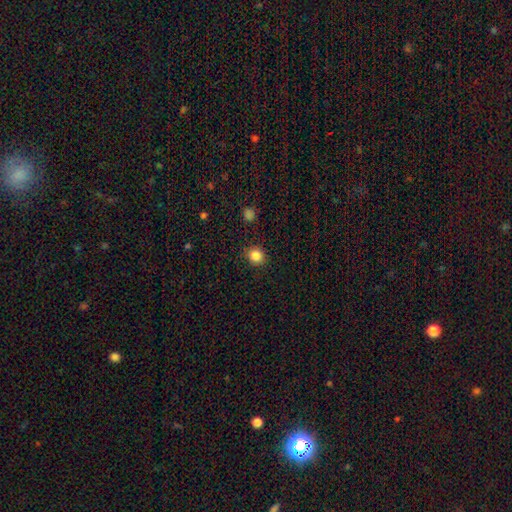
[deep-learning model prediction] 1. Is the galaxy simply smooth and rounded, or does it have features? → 85% smooth, 11% star or artifact, 4% featured or disk.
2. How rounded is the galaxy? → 85% round, 14% in between, 1% cigar-shaped.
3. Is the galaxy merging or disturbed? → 89% none, 7% minor disturbance, 2% major disturbance, 1% merger.